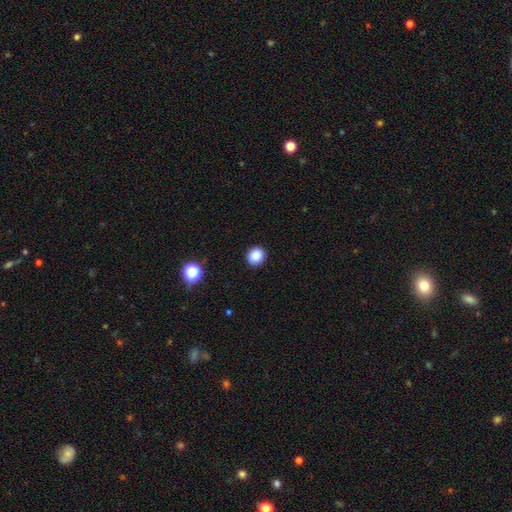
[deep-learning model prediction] Smooth or featured: smooth — 86% (star or artifact — 10%)
How rounded: round — 84% (in between — 15%)
Merging: none — 92% (minor disturbance — 5%)